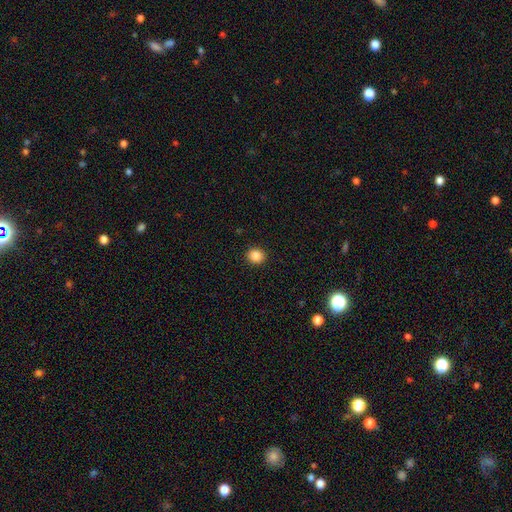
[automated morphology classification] This appears to be a smooth galaxy with no disk features (86%) that is round (79%). Merging: none (92%).